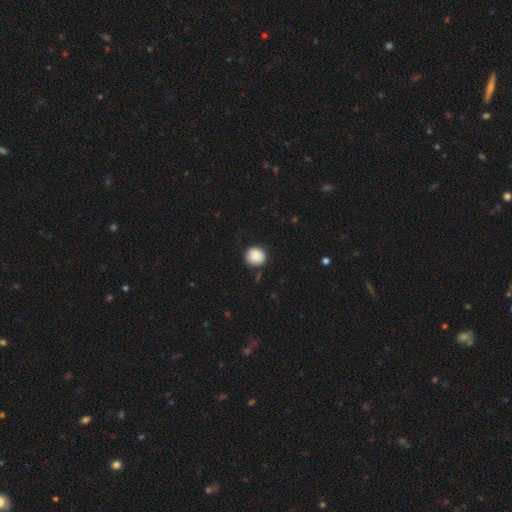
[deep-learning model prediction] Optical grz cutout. It shows a smooth galaxy with no disk features (86%) that is round (87%). Merging: none (84%).